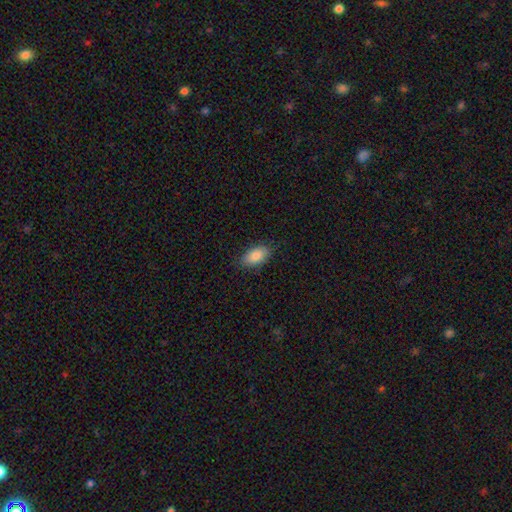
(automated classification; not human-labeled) Smooth or featured: smooth — 86% (featured or disk — 7%)
How rounded: in between — 92% (cigar-shaped — 4%)
Merging: none — 84% (minor disturbance — 13%)